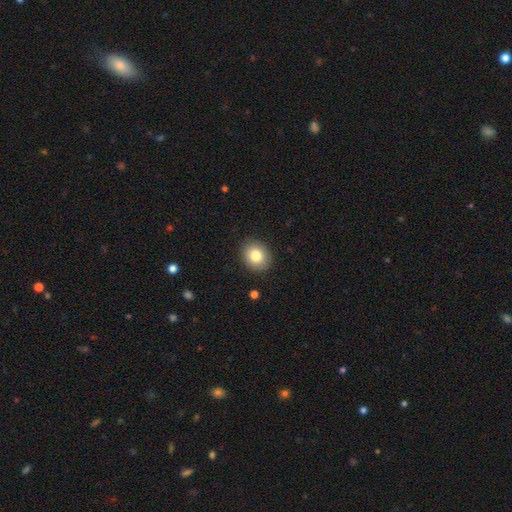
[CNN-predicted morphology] smooth_or_featured: smooth (p=0.83) [alt: star or artifact p=0.09]
how_rounded: round (p=0.63) [alt: in between p=0.36]
merging: none (p=0.89) [alt: minor disturbance p=0.08]